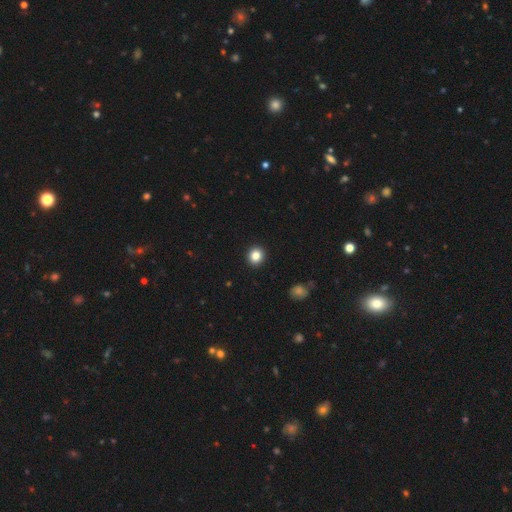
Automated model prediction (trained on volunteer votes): Smooth or featured: smooth — 84% (star or artifact — 11%)
How rounded: round — 85% (in between — 14%)
Merging: none — 93% (minor disturbance — 5%)